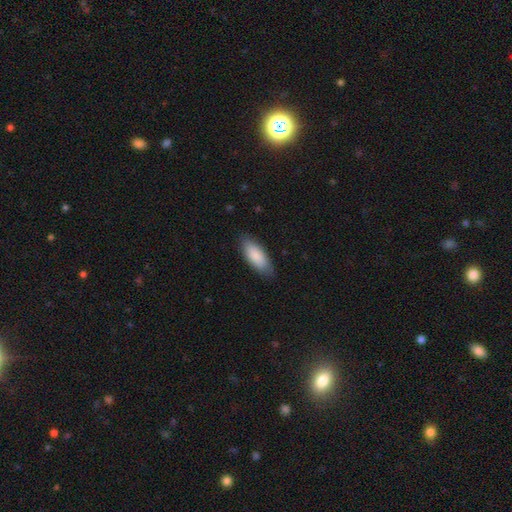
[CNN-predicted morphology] Overall: smooth (87%). How rounded: in between (77%). Merging: none (85%).